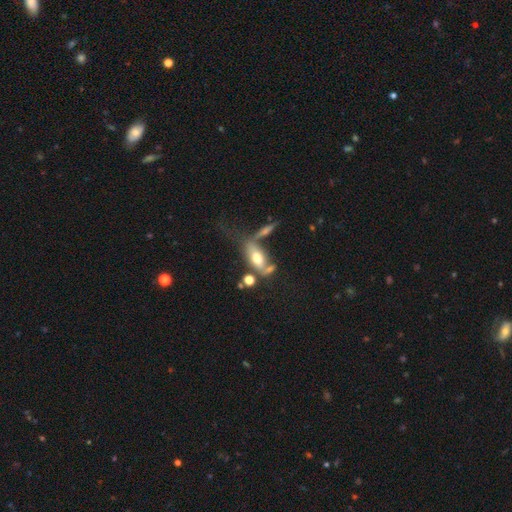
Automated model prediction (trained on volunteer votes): This is possibly a featured or disk galaxy (49%). Merging: marginally merger (34%).